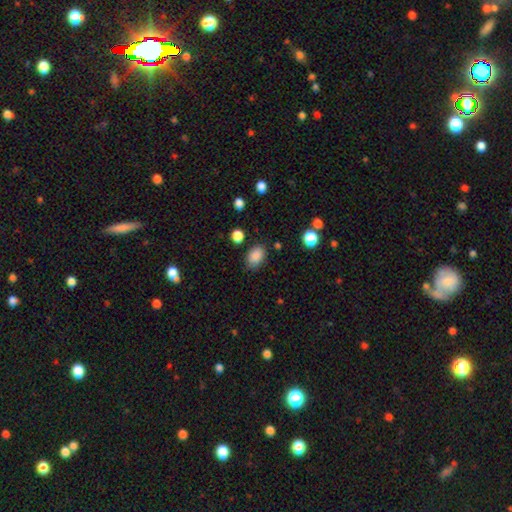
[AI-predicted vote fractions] Q: Smooth or featured?
A: smooth (87%); runner-up: star or artifact (9%)
Q: How rounded?
A: in between (83%); runner-up: round (16%)
Q: Merging?
A: none (80%); runner-up: minor disturbance (14%)